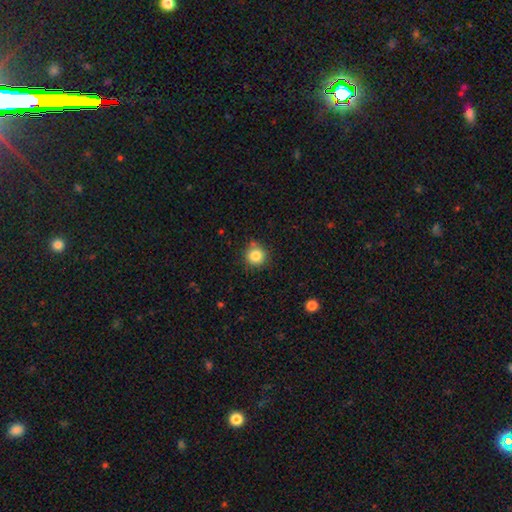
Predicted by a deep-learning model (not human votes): smooth 84%, star or artifact 11%, featured or disk 6%. Down the decision tree: how rounded — round (94%); merging — none (82%).